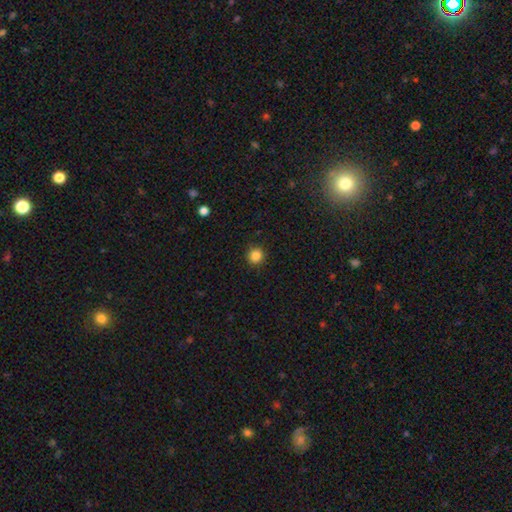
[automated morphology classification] A smooth galaxy with no disk features (85%) that is round (94%). Merging: none (91%).